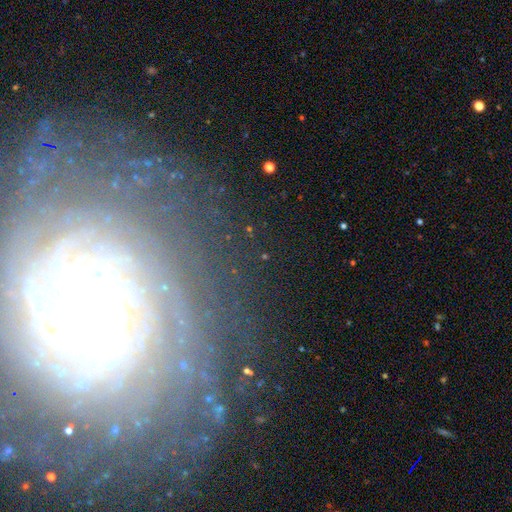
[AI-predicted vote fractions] A featured or disk galaxy (78%) with no bar (66%), more than 4 (28%) tight (85%) spiral arms (95%) and a small central bulge (39%).

Vote fractions:
- Smooth or featured? featured or disk: 78% / star or artifact: 14% / smooth: 8%
- Edge-on disk? no: 95% / yes: 5%
- Bar? no: 66% / weak: 19% / strong: 15%
- Spiral arms? yes: 95% / no: 5%
- Spiral winding? tight: 85% / medium: 12% / loose: 3%
- Spiral arm count? more than 4: 28% / can't tell: 26% / 4: 13% / 3: 12% / 2: 11% / 1: 10%
- Bulge size? small: 39% / moderate: 26% / large: 21% / none: 8% / dominant: 6%
- Merging? none: 75% / minor disturbance: 14% / major disturbance: 9% / merger: 3%